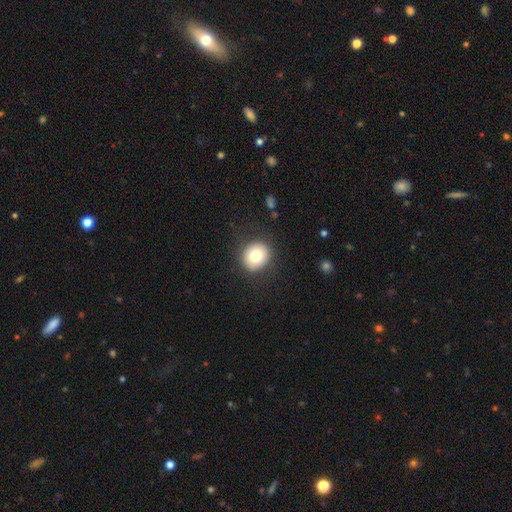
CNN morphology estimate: A smooth galaxy with no disk features (79%) that is round (82%). Merging: none (85%).